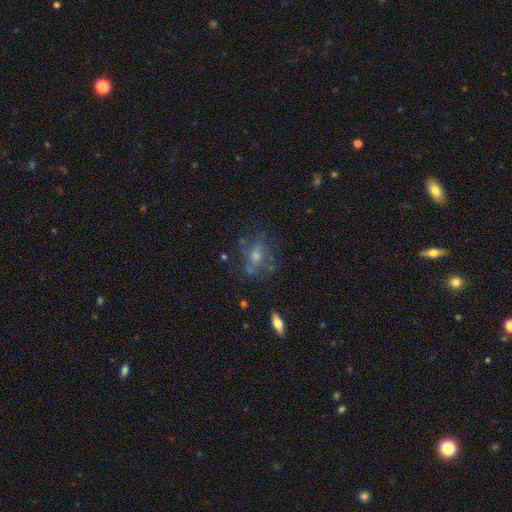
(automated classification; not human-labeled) Q: Smooth or featured?
A: featured or disk (45%); runner-up: smooth (33%)
Q: Merging?
A: none (64%); runner-up: minor disturbance (18%)